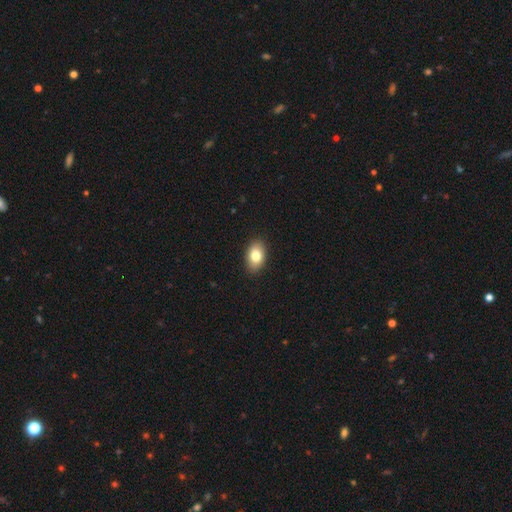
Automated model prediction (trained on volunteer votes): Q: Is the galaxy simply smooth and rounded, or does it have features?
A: smooth — 82%.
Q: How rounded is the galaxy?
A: in between — 88%.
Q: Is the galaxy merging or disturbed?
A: none — 89%.